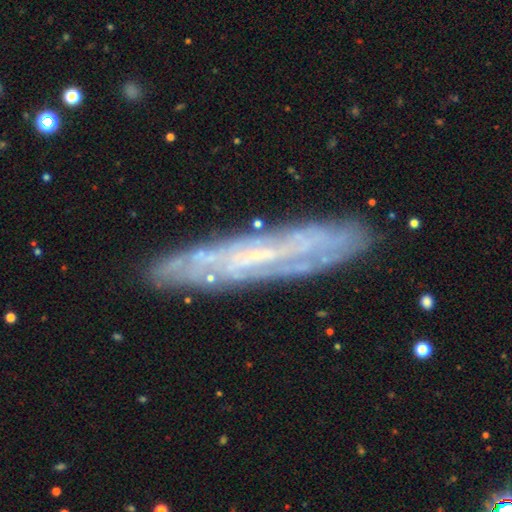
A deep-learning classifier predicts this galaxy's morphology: smooth_or_featured: featured or disk (p=0.69) [alt: smooth p=0.22]
disk_edge_on: yes (p=0.59) [alt: no p=0.41]
merging: none (p=0.84) [alt: minor disturbance p=0.11]